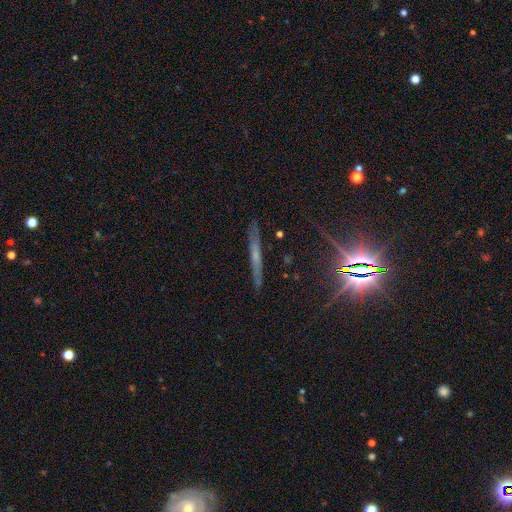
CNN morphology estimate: This is possibly a featured or disk galaxy (50%). It is clearly viewed edge-on (94%). Merging: clearly none (85%).